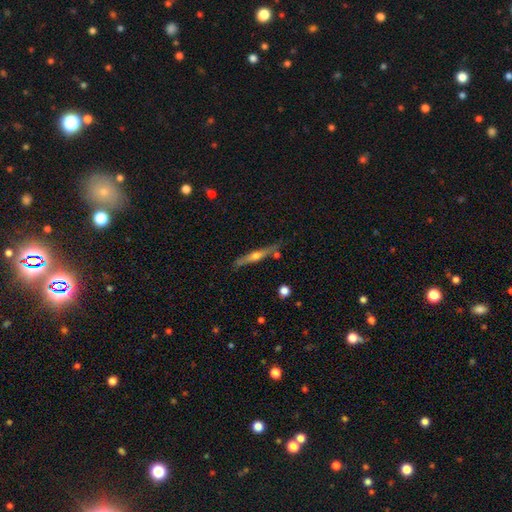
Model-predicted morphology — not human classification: This is likely a featured or disk galaxy (68%). It is clearly viewed edge-on (96%). Edge-on bulge: clearly rounded (88%). Merging: likely none (78%).